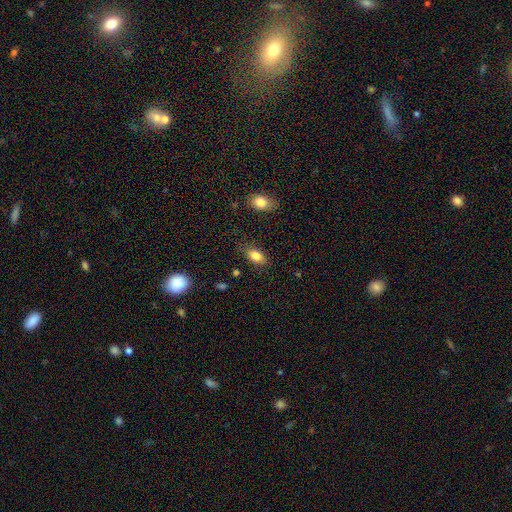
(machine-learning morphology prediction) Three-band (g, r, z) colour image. It shows a smooth galaxy with no disk features (83%) that is in between round and cigar-shaped (87%). Merging: none (81%).